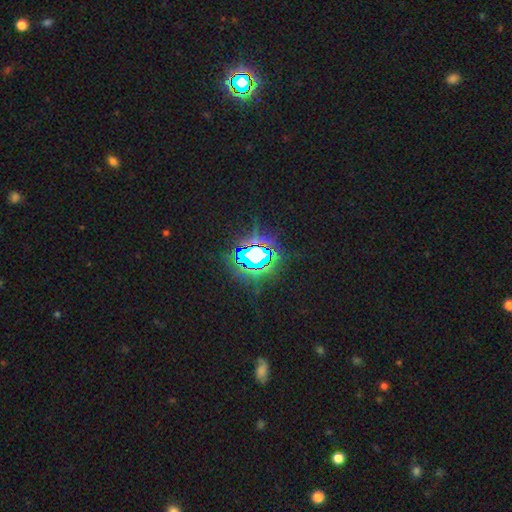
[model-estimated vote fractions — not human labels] Smooth or featured: star or artifact — 77% (smooth — 12%)